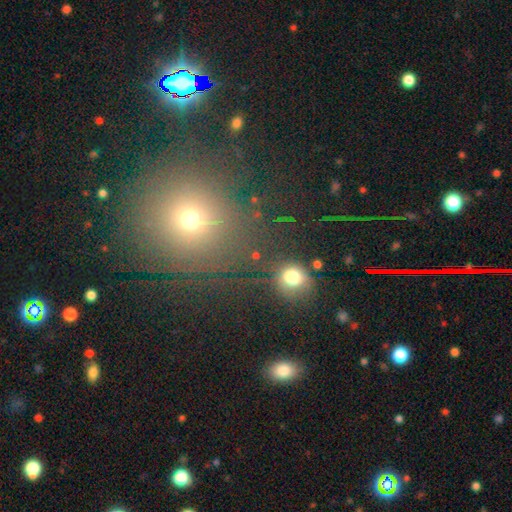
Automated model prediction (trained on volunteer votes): Morphology: type=smooth (67%); roundness=round (85%); merging=none (77%).